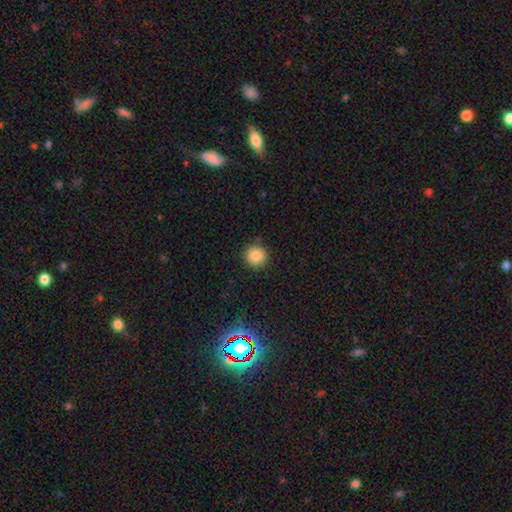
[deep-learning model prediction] Smooth or featured? Predicted: smooth (p=0.86). How rounded? Predicted: round (p=0.94). Merging? Predicted: none (p=0.89).